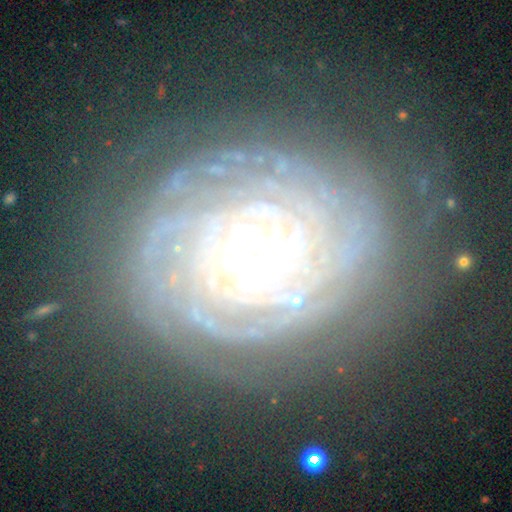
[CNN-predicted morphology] This is clearly a featured or disk galaxy (85%). It is clearly not viewed edge-on (97%). Bar: likely no (70%). Spiral arm pattern: clearly yes (97%). Spiral arm count: marginally can't tell (30%). Spiral winding: clearly tight (88%). Central bulge: possibly moderate (45%). Merging: likely none (77%).